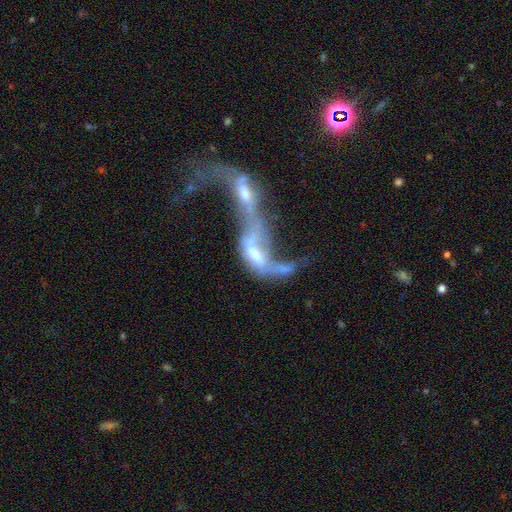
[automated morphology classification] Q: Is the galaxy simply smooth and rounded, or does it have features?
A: featured or disk — 52%.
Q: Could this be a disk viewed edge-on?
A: no — 85%.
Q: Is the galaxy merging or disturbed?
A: merger — 74%.